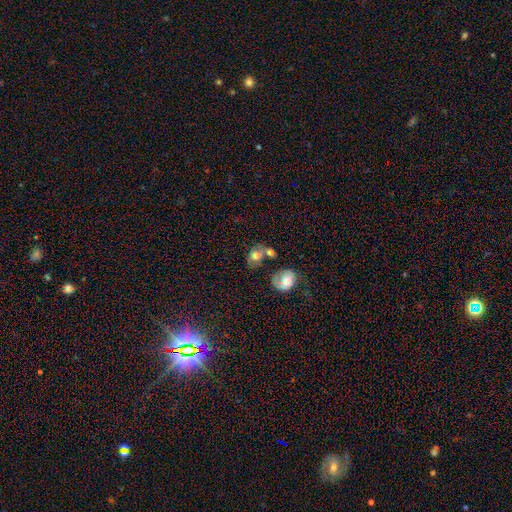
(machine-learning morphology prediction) A smooth galaxy with no disk features (70%) that is in between round and cigar-shaped (51%).

Vote fractions:
- Smooth or featured? smooth: 70% / featured or disk: 21% / star or artifact: 9%
- How rounded? in between: 51% / round: 47% / cigar-shaped: 1%
- Merging? merger: 36% (tied) / none: 36% (tied) / minor disturbance: 18% / major disturbance: 10%